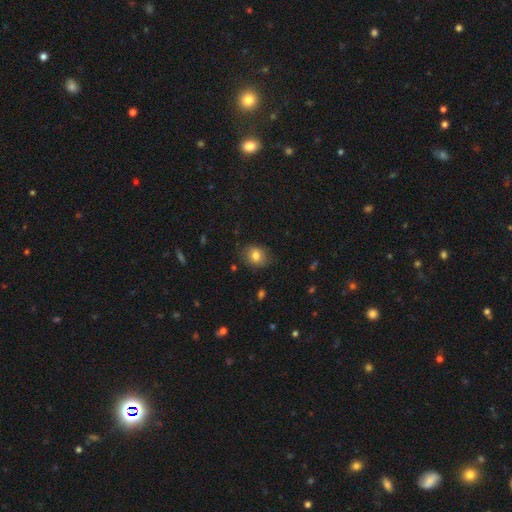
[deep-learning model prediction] smooth_or_featured: smooth (p=0.78) [alt: featured or disk p=0.12]
how_rounded: round (p=0.57) [alt: in between p=0.43]
merging: none (p=0.79) [alt: minor disturbance p=0.16]